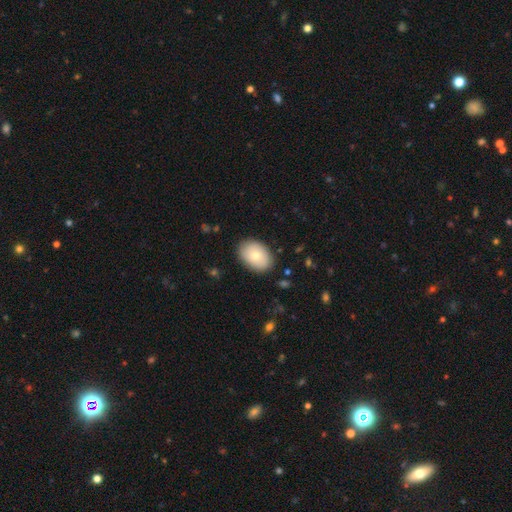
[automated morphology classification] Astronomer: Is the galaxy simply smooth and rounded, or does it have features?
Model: smooth — 75%.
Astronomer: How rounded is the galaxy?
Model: in between — 82%.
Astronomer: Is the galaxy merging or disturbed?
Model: none — 86%.